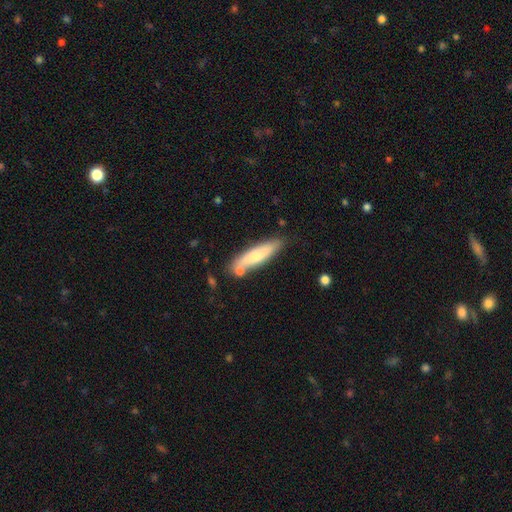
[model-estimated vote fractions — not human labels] smooth_or_featured: smooth (p=0.65) [alt: featured or disk p=0.29]
how_rounded: cigar-shaped (p=0.74) [alt: in between p=0.24]
merging: none (p=0.73) [alt: minor disturbance p=0.14]